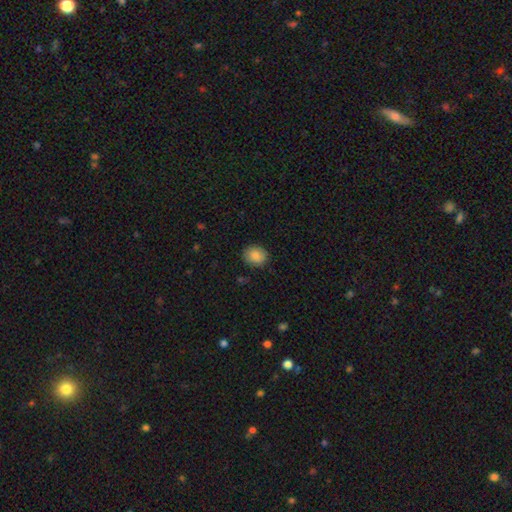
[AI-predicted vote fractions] Smooth or featured?
  - smooth: 88% *
  - star or artifact: 8%
  - featured or disk: 4%
How rounded?
  - round: 65% *
  - in between: 34%
  - cigar-shaped: 1%
Merging?
  - none: 86% *
  - minor disturbance: 11%
  - major disturbance: 3%
  - merger: 1%